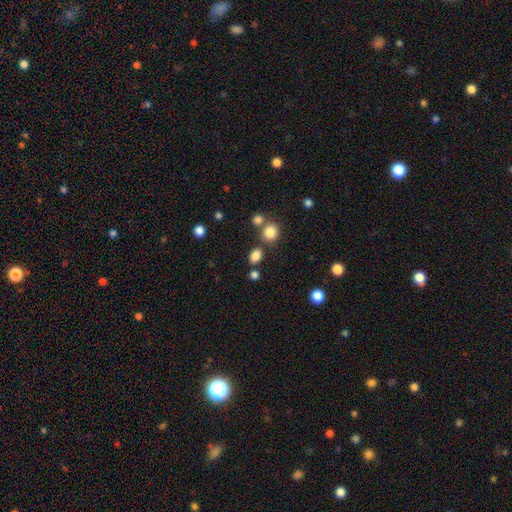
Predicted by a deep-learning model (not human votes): Smooth or featured? smooth (83%)
How rounded? in between (61%)
Merging? none (72%)